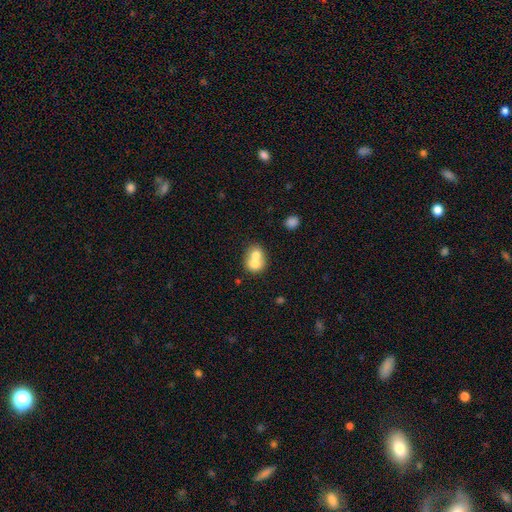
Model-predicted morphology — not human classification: Smooth or featured? smooth (69%)
How rounded? round (64%)
Merging? merger (71%)